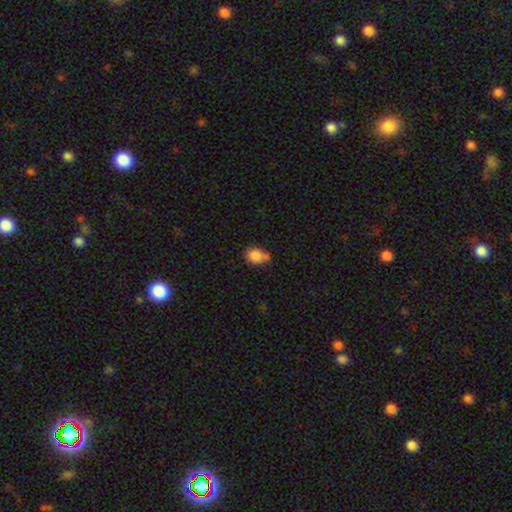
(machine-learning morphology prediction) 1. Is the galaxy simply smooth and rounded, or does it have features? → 83% smooth, 9% star or artifact, 8% featured or disk.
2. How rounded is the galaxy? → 59% in between, 40% round, 1% cigar-shaped.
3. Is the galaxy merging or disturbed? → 49% none, 34% minor disturbance, 11% merger, 7% major disturbance.